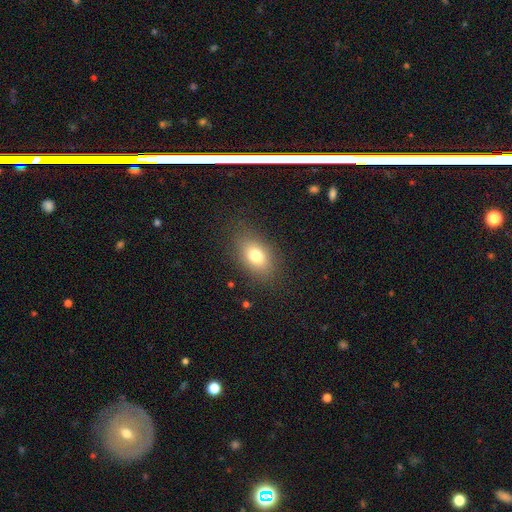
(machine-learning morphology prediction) smooth 76%, featured or disk 13%, star or artifact 11%. Down the decision tree: how rounded — in between (82%); merging — none (83%).